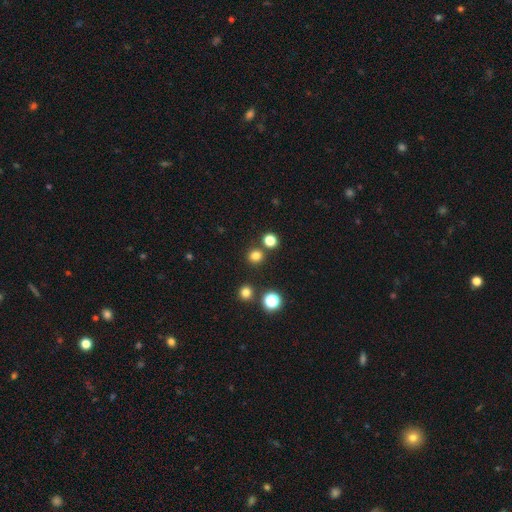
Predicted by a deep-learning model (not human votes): Smooth or featured? smooth (78%)
How rounded? round (90%)
Merging? none (83%)